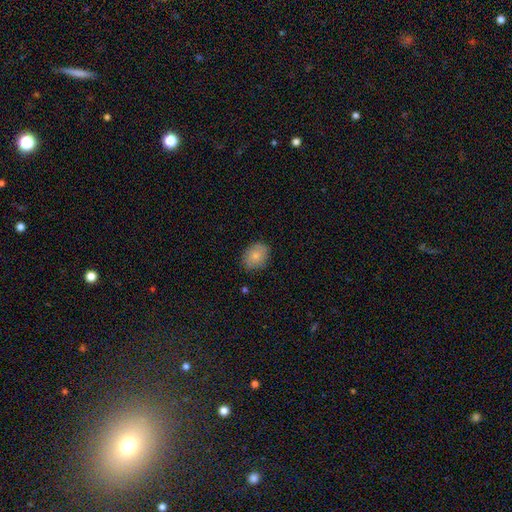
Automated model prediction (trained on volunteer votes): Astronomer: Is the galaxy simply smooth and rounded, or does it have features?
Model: smooth — 83%.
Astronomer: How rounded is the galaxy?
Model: in between — 55% (runner-up: round, 44%).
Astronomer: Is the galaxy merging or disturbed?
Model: none — 83%.